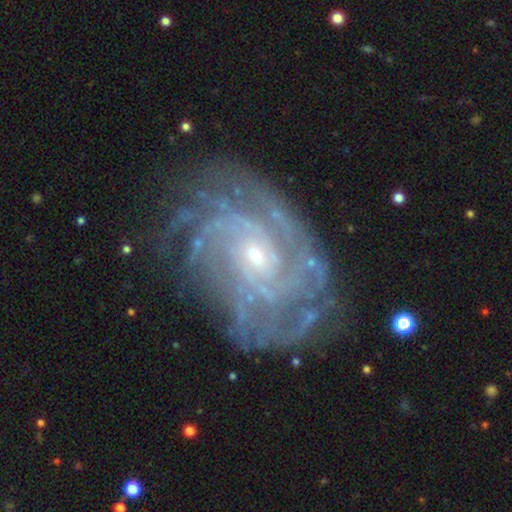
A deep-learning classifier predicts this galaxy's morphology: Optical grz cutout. It shows a featured or disk galaxy (89%) with no bar (69%), tight (70%) spiral arms (96%) and a small central bulge (76%). Merging: none (73%).